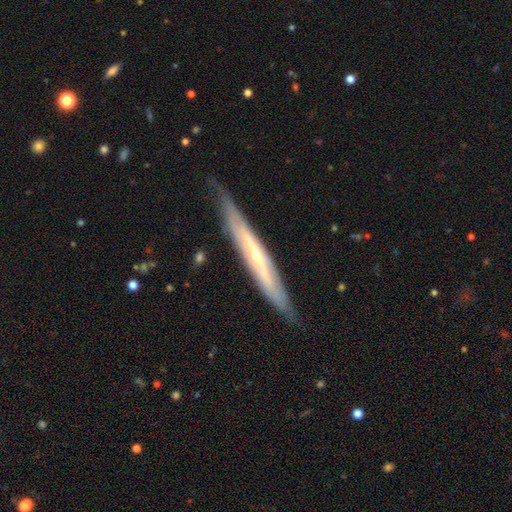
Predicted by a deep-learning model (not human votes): This appears to be a featured or disk galaxy (72%) viewed edge-on (78%) with a rounded central bulge (59%). Merging: none (78%).